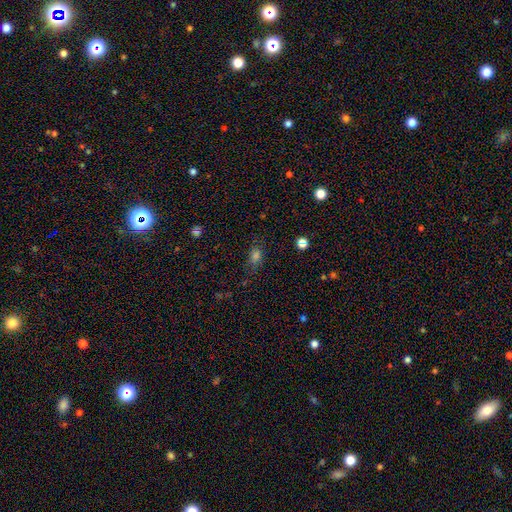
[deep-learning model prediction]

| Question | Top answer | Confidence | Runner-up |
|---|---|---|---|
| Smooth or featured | smooth | 70% | star or artifact (21%) |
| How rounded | in between | 67% | round (27%) |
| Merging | none | 75% | minor disturbance (17%) |